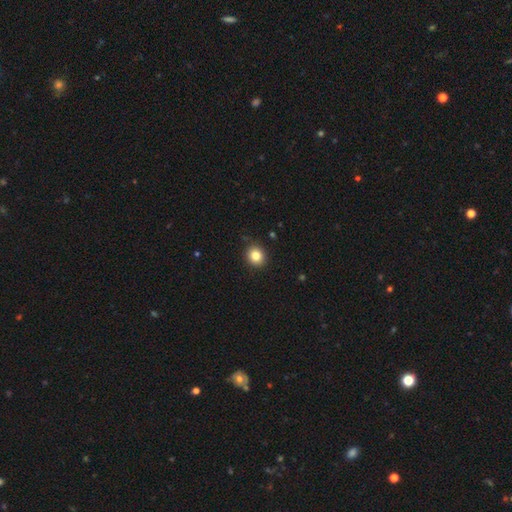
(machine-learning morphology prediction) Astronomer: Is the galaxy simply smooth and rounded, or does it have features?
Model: smooth — 84%.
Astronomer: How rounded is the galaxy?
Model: round — 78%.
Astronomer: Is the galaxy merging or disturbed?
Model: none — 89%.